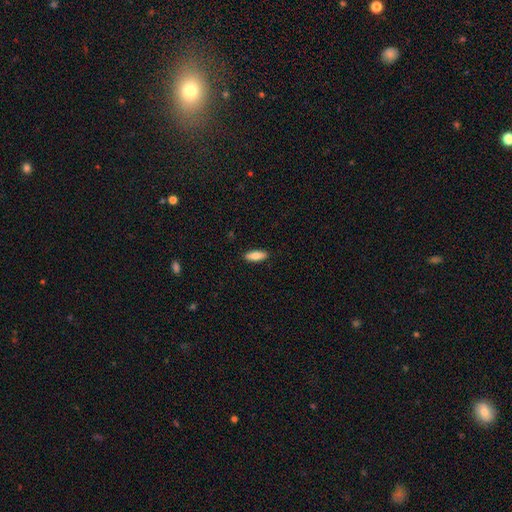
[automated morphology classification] Smooth or featured: smooth — 83% (featured or disk — 11%)
How rounded: in between — 74% (cigar-shaped — 24%)
Merging: none — 90% (minor disturbance — 8%)